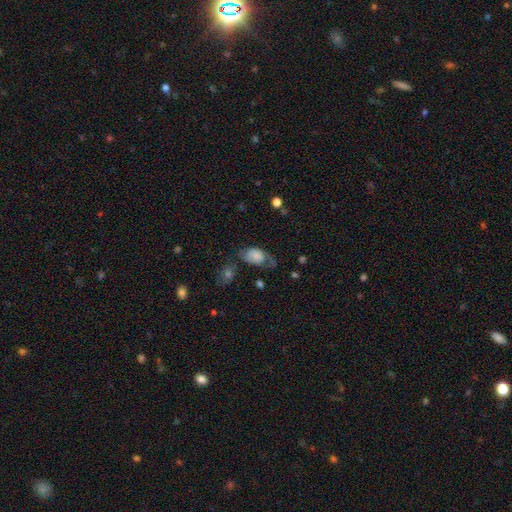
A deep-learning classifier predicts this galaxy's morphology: A smooth galaxy with no disk features (70%) that is in between round and cigar-shaped (86%). Merging: none (35%).